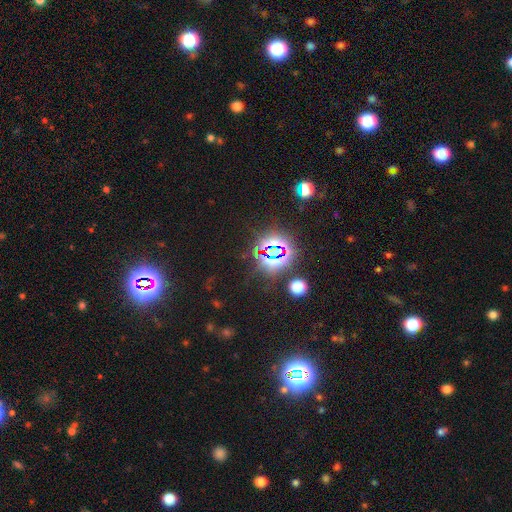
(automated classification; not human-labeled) A star or artifact, not a galaxy (78%).

Vote fractions:
- Smooth or featured? star or artifact: 78% / smooth: 15% / featured or disk: 7%